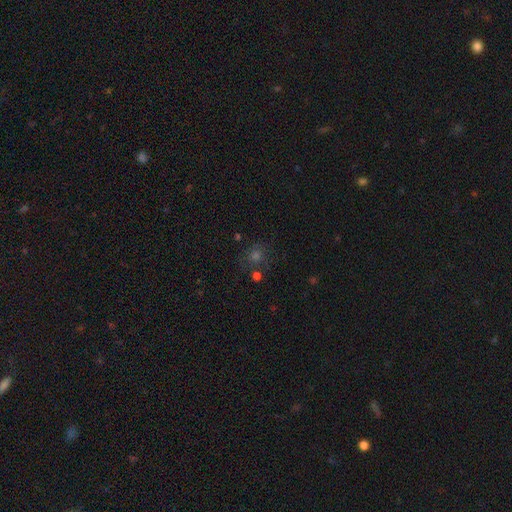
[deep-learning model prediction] Morphology: type=smooth (48%); merging=none (77%).